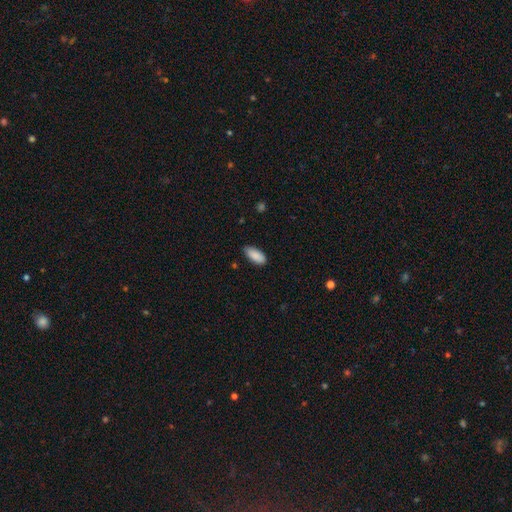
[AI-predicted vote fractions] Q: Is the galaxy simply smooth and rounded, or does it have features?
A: smooth — 90%.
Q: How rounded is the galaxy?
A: in between — 88%.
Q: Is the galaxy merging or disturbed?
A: none — 84%.